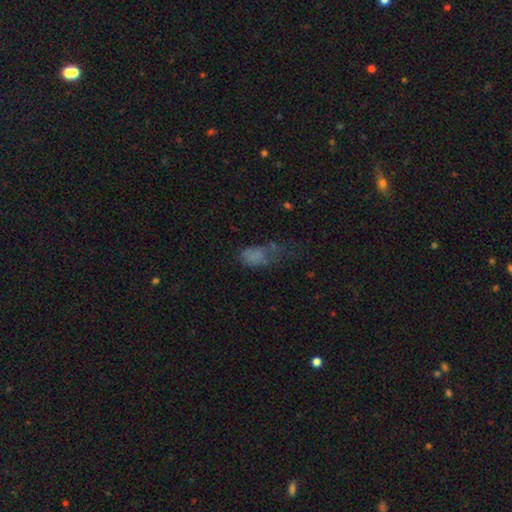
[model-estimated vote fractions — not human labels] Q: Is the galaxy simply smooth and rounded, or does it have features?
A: smooth — 62%.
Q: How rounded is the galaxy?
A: in between — 85%.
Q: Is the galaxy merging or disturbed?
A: major disturbance — 43%.